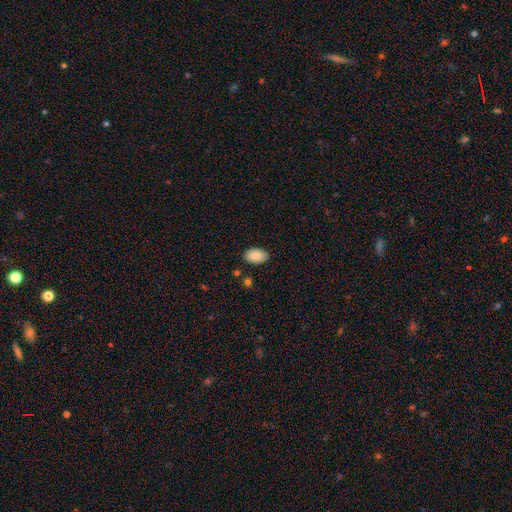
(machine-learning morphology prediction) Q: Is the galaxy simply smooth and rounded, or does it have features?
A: smooth — 88%.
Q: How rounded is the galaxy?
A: in between — 92%.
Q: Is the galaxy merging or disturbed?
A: none — 86%.